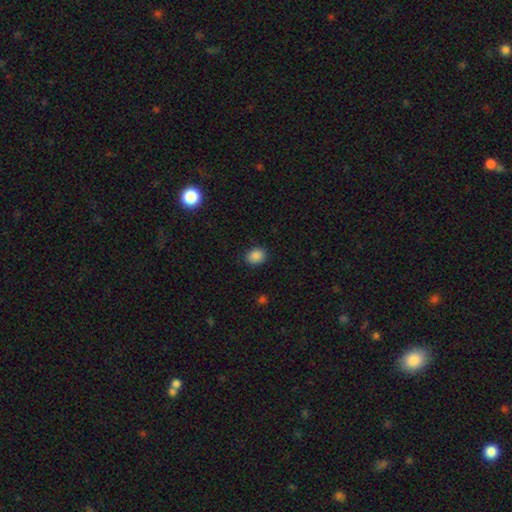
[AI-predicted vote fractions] Q: Smooth or featured?
A: smooth (88%); runner-up: star or artifact (10%)
Q: How rounded?
A: round (53%); runner-up: in between (46%)
Q: Merging?
A: none (88%); runner-up: minor disturbance (9%)